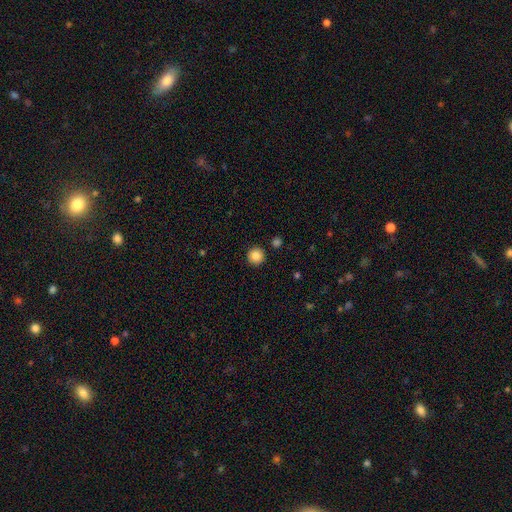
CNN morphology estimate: This appears to be a smooth galaxy with no disk features (86%) that is round (96%). Merging: none (91%).